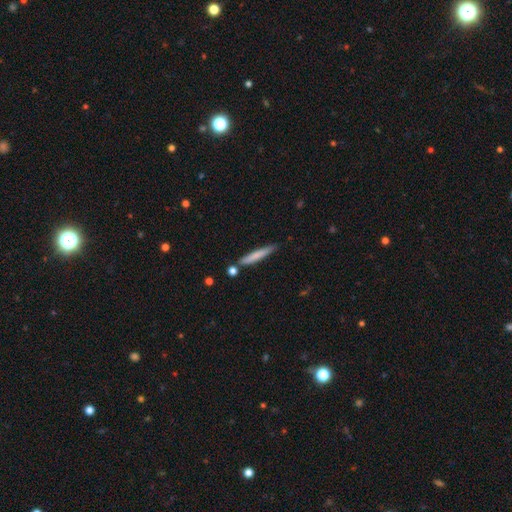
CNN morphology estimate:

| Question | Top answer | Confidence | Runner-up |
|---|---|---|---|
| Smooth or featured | smooth | 73% | featured or disk (21%) |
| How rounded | cigar-shaped | 94% | in between (4%) |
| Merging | none | 77% | minor disturbance (14%) |